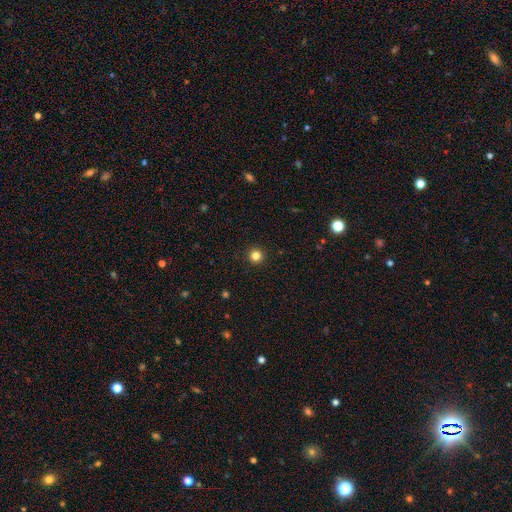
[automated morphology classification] A smooth galaxy with no disk features (83%) that is round (96%). Merging: none (93%).